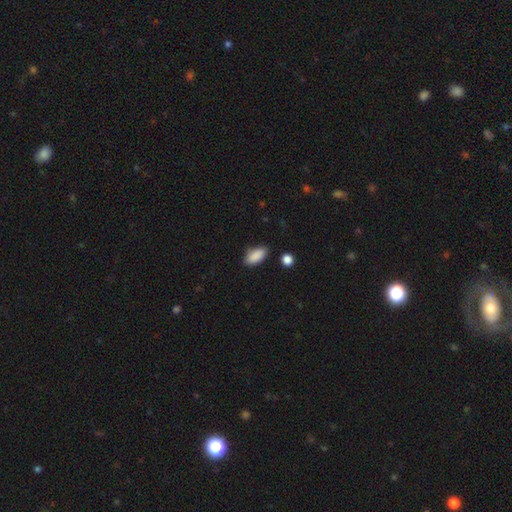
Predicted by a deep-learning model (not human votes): Smooth or featured? smooth (89%)
How rounded? in between (88%)
Merging? none (82%)